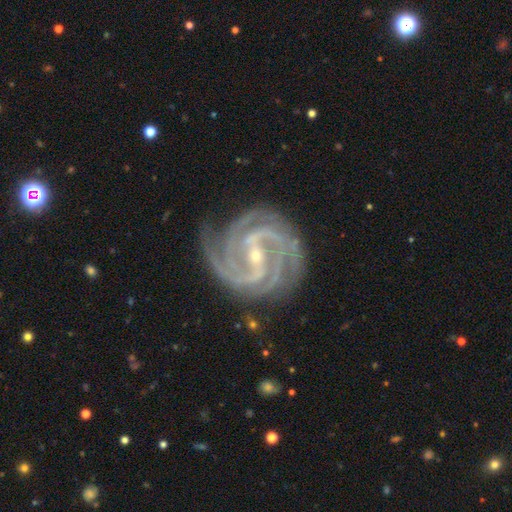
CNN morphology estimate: Smooth or featured? featured or disk (94%)
Edge-on disk? no (98%)
Bar? strong (51%)
Spiral arms? yes (99%)
Spiral winding? tight (59%)
Spiral arm count? 3 (33%)
Bulge size? small (76%)
Merging? none (78%)